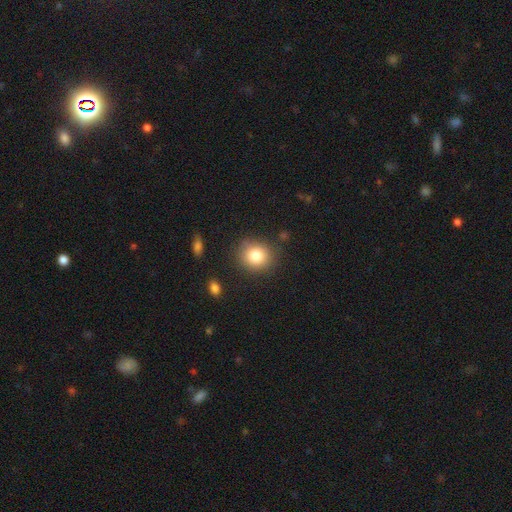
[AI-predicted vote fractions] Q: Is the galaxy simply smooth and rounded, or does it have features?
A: smooth — 81%.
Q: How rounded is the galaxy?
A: round — 80%.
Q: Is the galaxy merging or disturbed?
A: none — 84%.